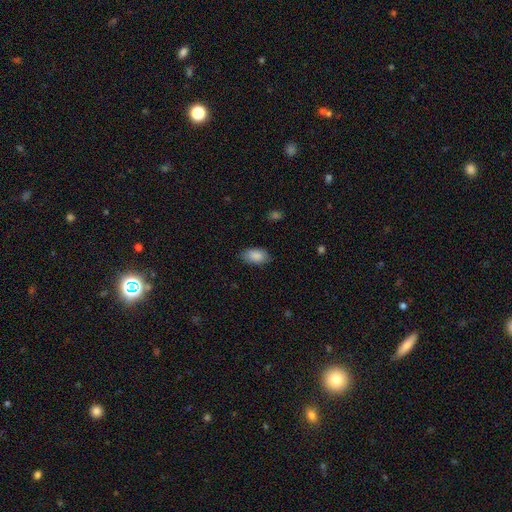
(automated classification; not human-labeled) smooth-or-featured: smooth: 88% | star or artifact: 6% | featured or disk: 6%
  how-rounded: in between: 93% | round: 5% | cigar-shaped: 2%
  merging: none: 80% | minor disturbance: 15% | major disturbance: 3% | merger: 1%